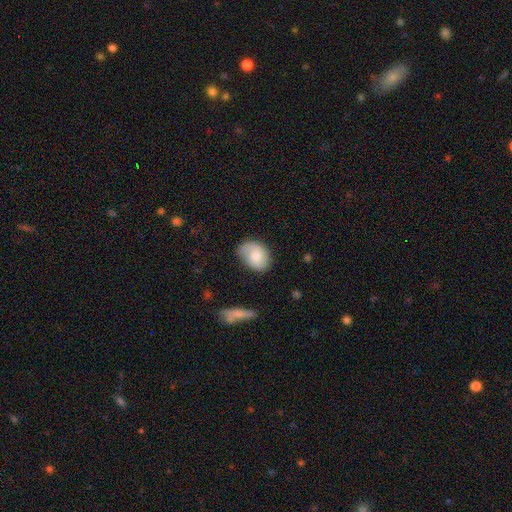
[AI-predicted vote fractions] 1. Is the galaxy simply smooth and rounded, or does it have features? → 61% smooth, 31% featured or disk, 7% star or artifact.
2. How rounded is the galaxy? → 68% in between, 30% round, 1% cigar-shaped.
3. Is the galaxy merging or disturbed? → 64% none, 25% minor disturbance, 8% major disturbance, 3% merger.